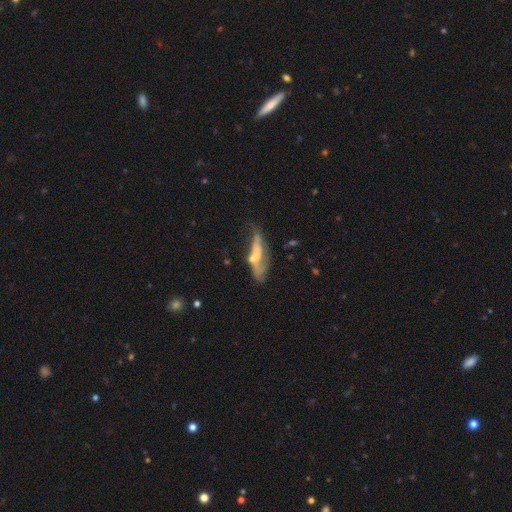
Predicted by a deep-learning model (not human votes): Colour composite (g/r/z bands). It shows a featured or disk galaxy (51%). Merging: major disturbance (29%).